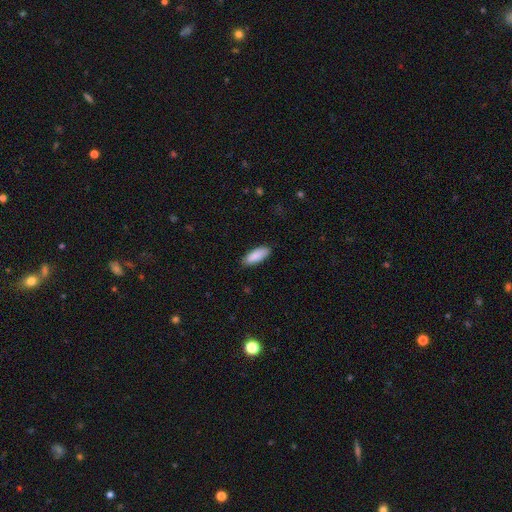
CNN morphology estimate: Smooth or featured?
  - smooth: 89% *
  - featured or disk: 6%
  - star or artifact: 6%
How rounded?
  - in between: 75% *
  - cigar-shaped: 24%
  - round: 1%
Merging?
  - none: 85% *
  - minor disturbance: 12%
  - major disturbance: 2%
  - merger: 1%